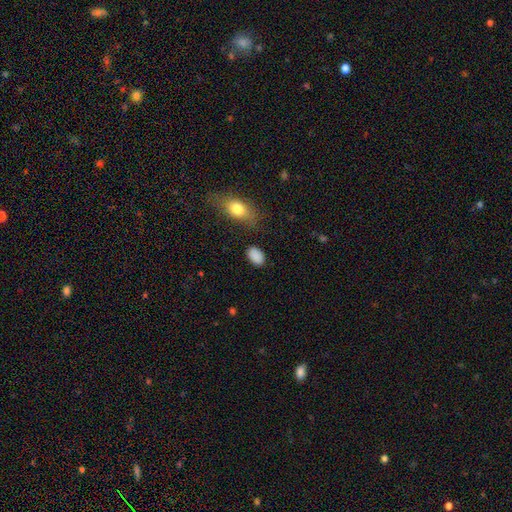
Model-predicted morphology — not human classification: The model was most divided on "merging": none: 81%, minor disturbance: 12%, major disturbance: 3%, merger: 3%. More confident: smooth or featured — smooth (88%); how rounded — in between (88%).